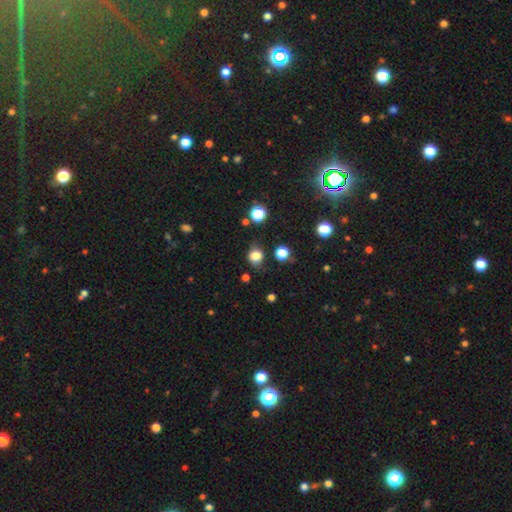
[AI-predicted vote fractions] Morphology: type=smooth (80%); roundness=round (77%); merging=none (72%).